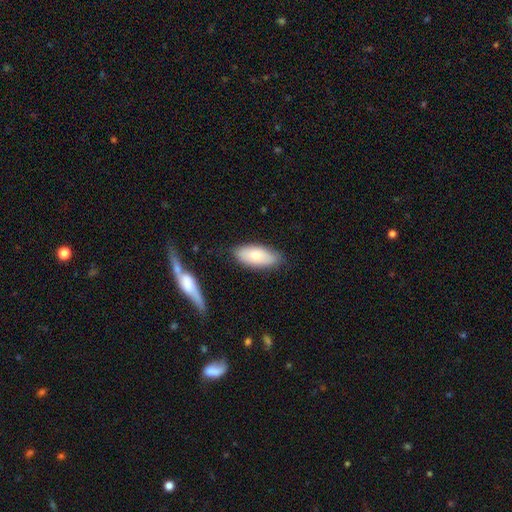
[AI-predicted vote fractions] A smooth galaxy with no disk features (70%) that is in between round and cigar-shaped (89%). Merging: none (81%).